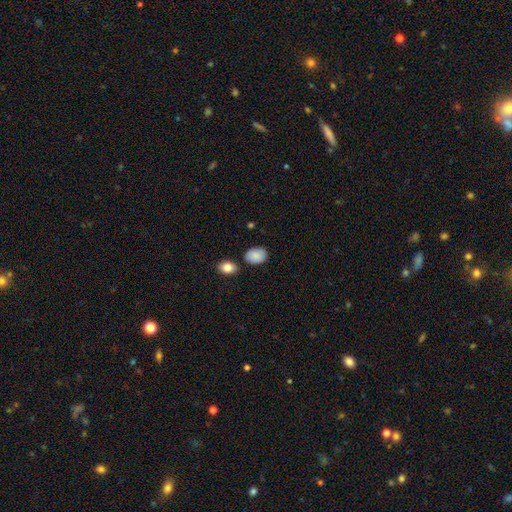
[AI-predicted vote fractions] The model was most divided on "how rounded": in between: 78%, round: 21%, cigar-shaped: 1%. More confident: smooth or featured — smooth (87%); merging — none (76%).